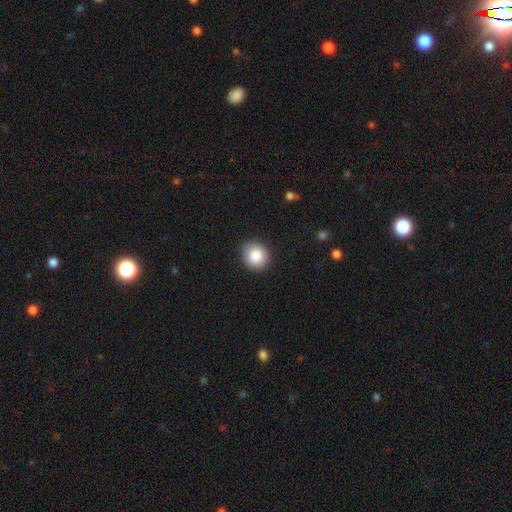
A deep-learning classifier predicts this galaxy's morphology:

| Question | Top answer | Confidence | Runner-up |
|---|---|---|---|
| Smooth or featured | smooth | 87% | star or artifact (8%) |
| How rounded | round | 82% | in between (17%) |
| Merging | none | 86% | minor disturbance (10%) |